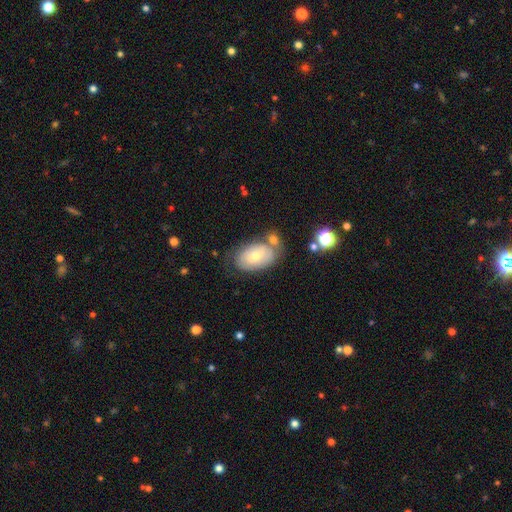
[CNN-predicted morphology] Smooth or featured? Predicted: smooth (p=0.56). How rounded? Predicted: in between (p=0.90). Merging? Predicted: none (p=0.55).